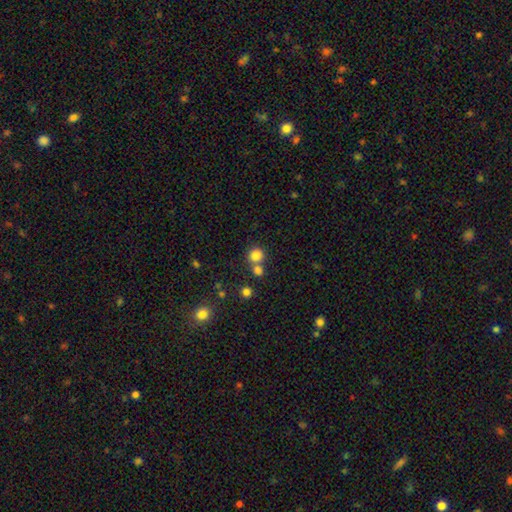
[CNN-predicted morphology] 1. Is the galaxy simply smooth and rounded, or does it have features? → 81% smooth, 13% star or artifact, 6% featured or disk.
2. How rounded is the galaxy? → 86% round, 13% in between, 1% cigar-shaped.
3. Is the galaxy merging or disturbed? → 58% none, 31% merger, 8% minor disturbance, 4% major disturbance.